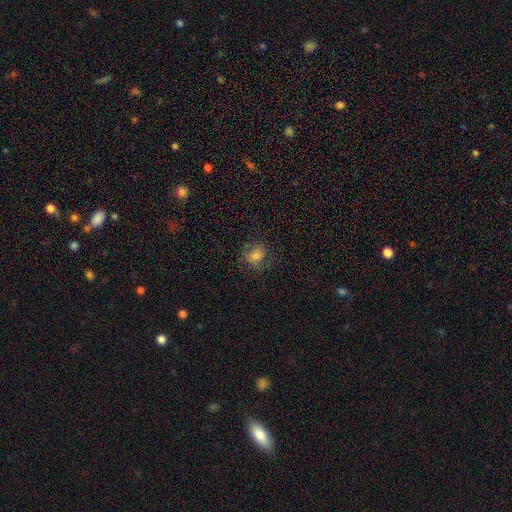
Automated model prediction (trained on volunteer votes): Smooth or featured?
  - smooth: 62% *
  - featured or disk: 23%
  - star or artifact: 15%
How rounded?
  - round: 70% *
  - in between: 29%
  - cigar-shaped: 1%
Merging?
  - none: 68% *
  - minor disturbance: 18%
  - major disturbance: 12%
  - merger: 1%